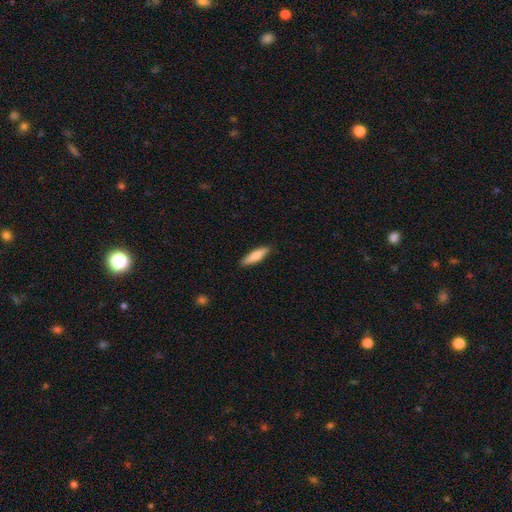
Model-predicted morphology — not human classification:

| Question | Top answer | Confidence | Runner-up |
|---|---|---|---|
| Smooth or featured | smooth | 83% | featured or disk (12%) |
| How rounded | cigar-shaped | 68% | in between (30%) |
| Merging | none | 88% | minor disturbance (10%) |